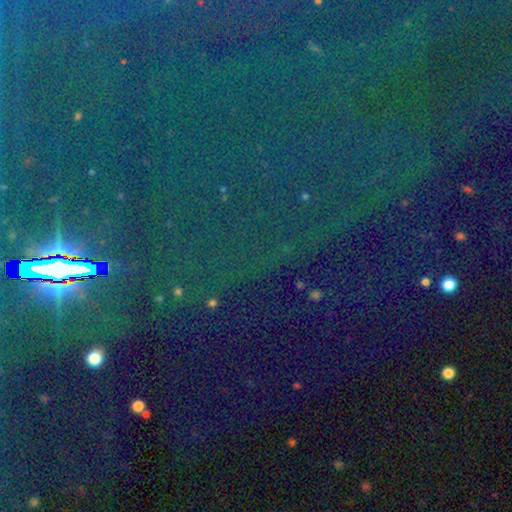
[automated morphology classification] This is clearly a star or artifact rather than a galaxy (87%).